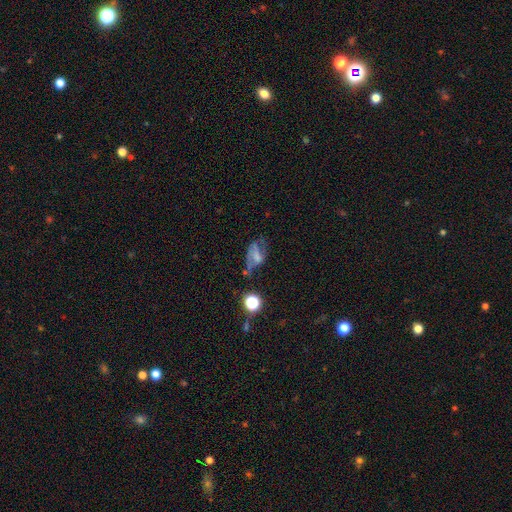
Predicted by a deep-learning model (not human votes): smooth-or-featured: featured or disk: 47% | smooth: 36% | star or artifact: 17%
  merging: none: 35% | major disturbance: 33% | minor disturbance: 25% | merger: 8%